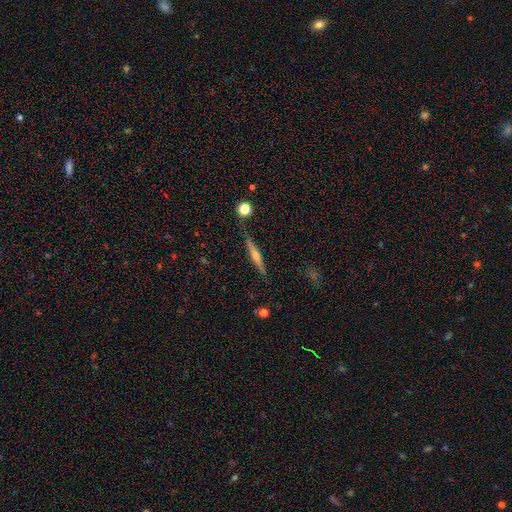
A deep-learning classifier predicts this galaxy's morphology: The model was most divided on "smooth or featured": featured or disk: 68%, smooth: 25%, star or artifact: 7%. More confident: edge-on disk — yes (97%); merging — none (85%); edge-on bulge — rounded (84%).